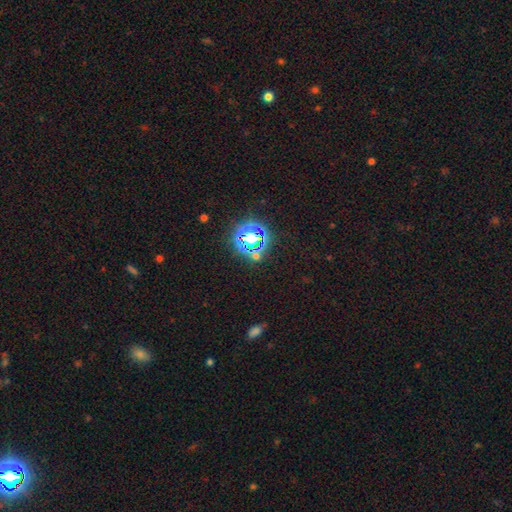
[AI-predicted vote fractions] Smooth or featured? Predicted: star or artifact (p=0.72).